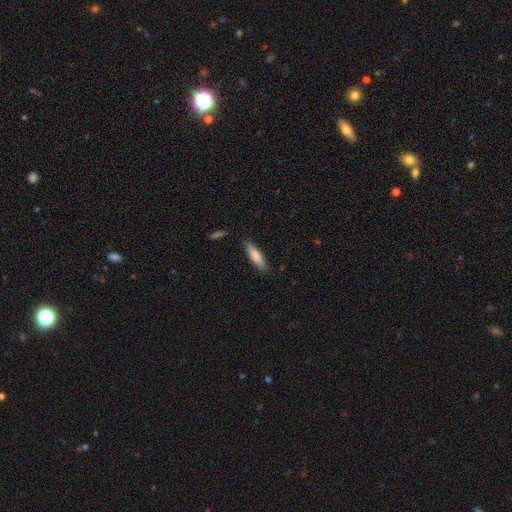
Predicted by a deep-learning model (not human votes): smooth_or_featured: smooth (p=0.80) [alt: featured or disk p=0.14]
how_rounded: cigar-shaped (p=0.66) [alt: in between p=0.33]
merging: none (p=0.86) [alt: minor disturbance p=0.11]